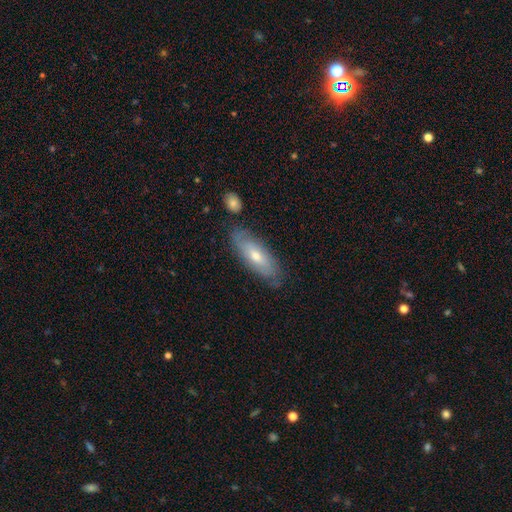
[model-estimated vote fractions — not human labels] Overall: smooth (48%; featured or disk 46%). Merging: none (76%).